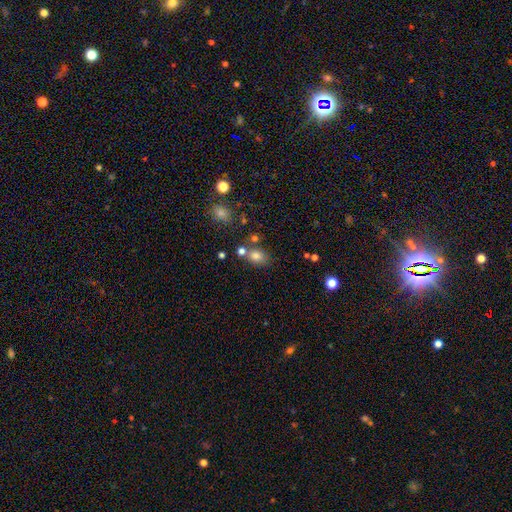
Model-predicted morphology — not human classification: Smooth or featured? smooth (79%)
How rounded? in between (58%)
Merging? none (61%)